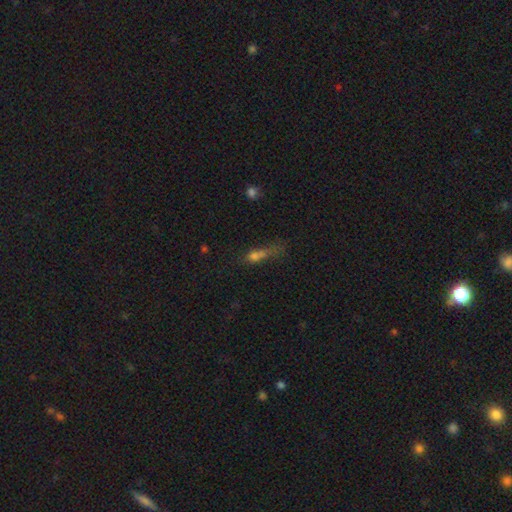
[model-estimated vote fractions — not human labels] smooth_or_featured: smooth (p=0.60) [alt: featured or disk p=0.21]
how_rounded: in between (p=0.41) [alt: cigar-shaped p=0.37]
merging: major disturbance (p=0.34) [alt: none p=0.26]